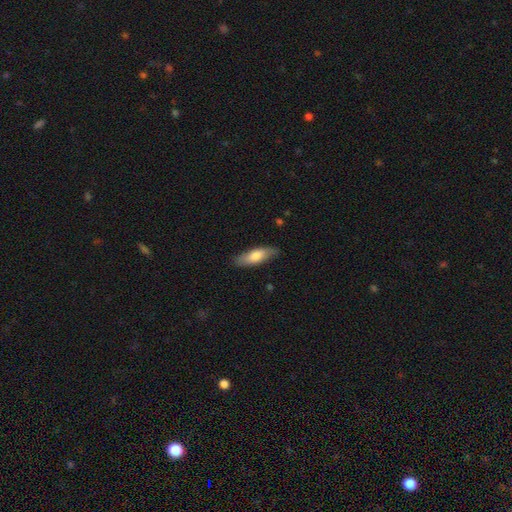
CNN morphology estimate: Smooth or featured? Predicted: smooth (p=0.73). How rounded? Predicted: in between (p=0.53). Merging? Predicted: none (p=0.83).